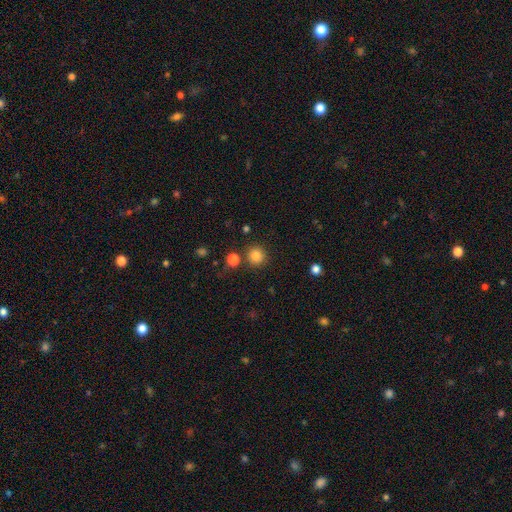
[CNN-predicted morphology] Q: Smooth or featured?
A: smooth (84%); runner-up: star or artifact (12%)
Q: How rounded?
A: round (93%); runner-up: in between (6%)
Q: Merging?
A: none (86%); runner-up: minor disturbance (7%)